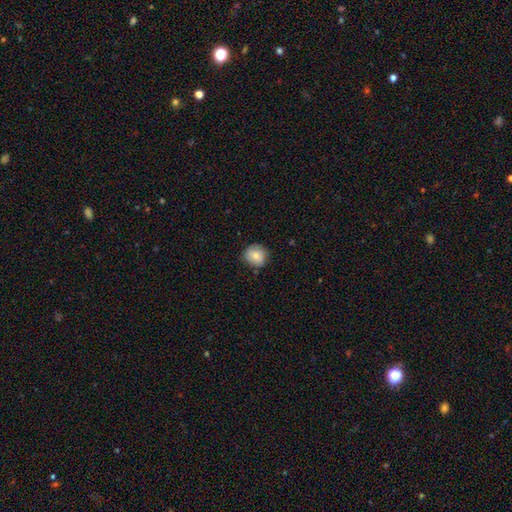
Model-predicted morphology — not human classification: Smooth or featured? Predicted: smooth (p=0.80). How rounded? Predicted: round (p=0.87). Merging? Predicted: none (p=0.76).